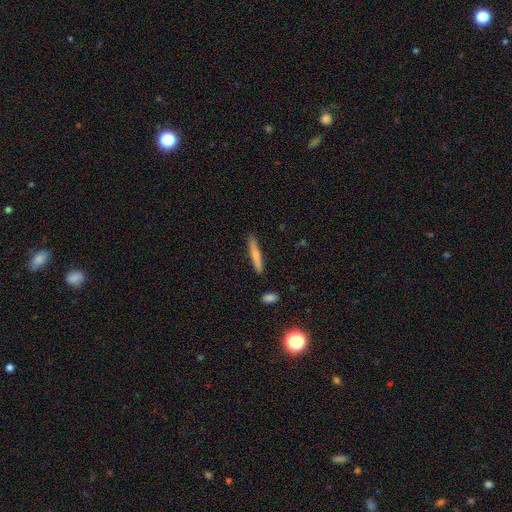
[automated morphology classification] smooth_or_featured: smooth (p=0.66) [alt: featured or disk p=0.28]
how_rounded: cigar-shaped (p=0.94) [alt: in between p=0.04]
merging: none (p=0.87) [alt: minor disturbance p=0.09]